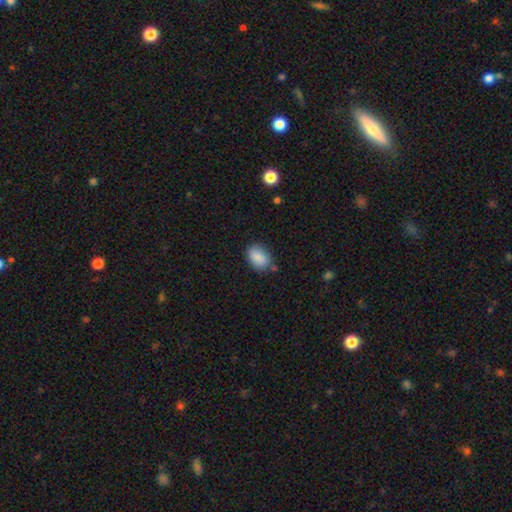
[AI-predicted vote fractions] smooth-or-featured: smooth: 87% | star or artifact: 7% | featured or disk: 5%
  how-rounded: in between: 84% | round: 15% | cigar-shaped: 1%
  merging: none: 73% | minor disturbance: 19% | merger: 4% | major disturbance: 4%